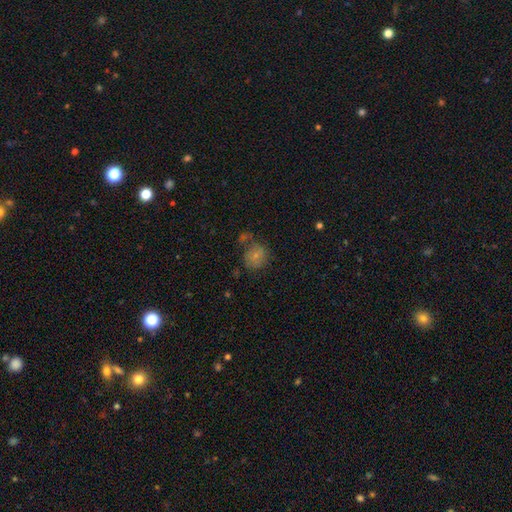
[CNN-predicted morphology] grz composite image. It shows a smooth galaxy with no disk features (70%) that is round (73%). Merging: none (52%).